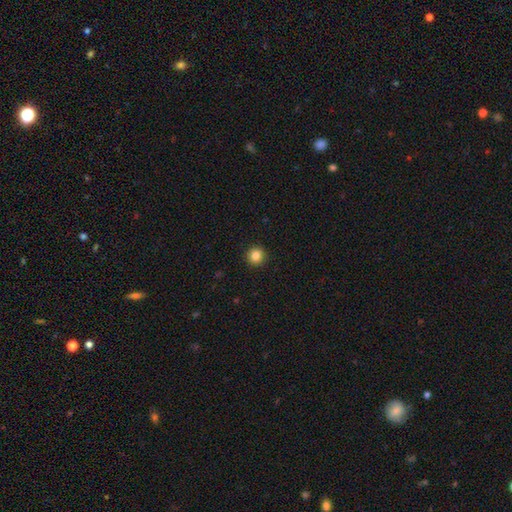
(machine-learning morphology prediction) Smooth or featured? smooth (84%)
How rounded? round (95%)
Merging? none (93%)